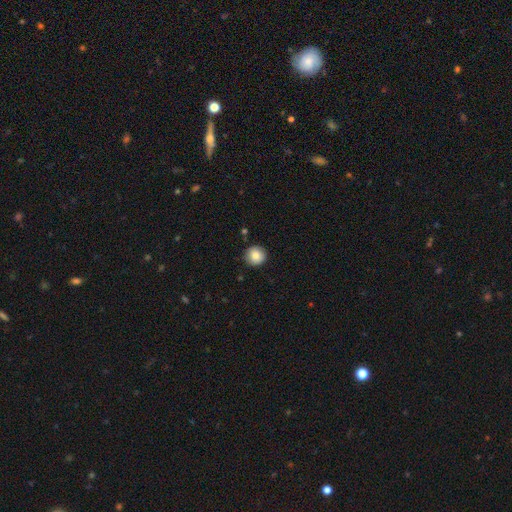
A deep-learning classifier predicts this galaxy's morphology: The model was most divided on "smooth or featured": smooth: 85%, star or artifact: 9%, featured or disk: 6%. More confident: how rounded — round (94%); merging — none (89%).